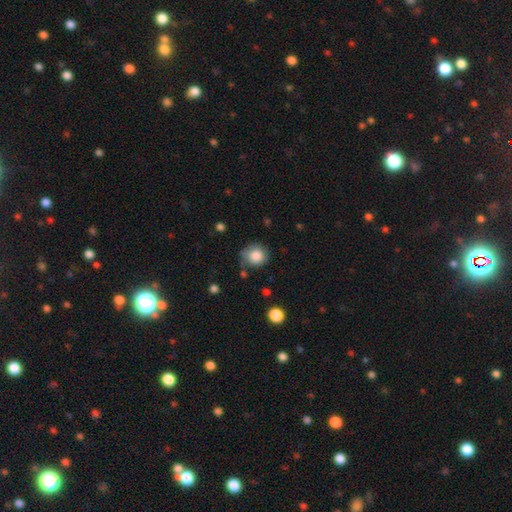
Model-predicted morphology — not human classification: Q: Smooth or featured?
A: smooth (85%); runner-up: star or artifact (9%)
Q: How rounded?
A: round (87%); runner-up: in between (12%)
Q: Merging?
A: none (71%); runner-up: minor disturbance (20%)